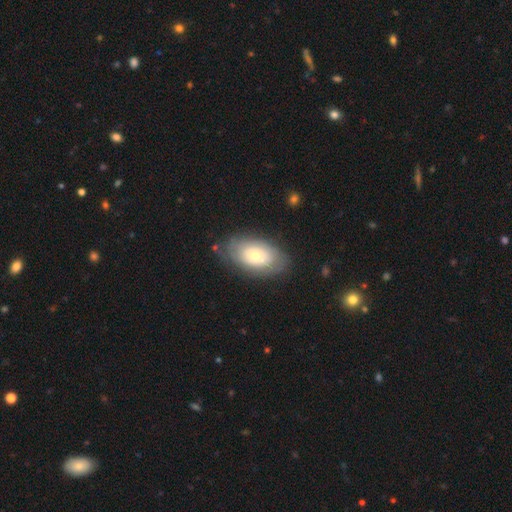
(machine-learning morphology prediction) smooth_or_featured: smooth (p=0.55) [alt: featured or disk p=0.38]
how_rounded: in between (p=0.92) [alt: round p=0.07]
merging: none (p=0.74) [alt: minor disturbance p=0.18]